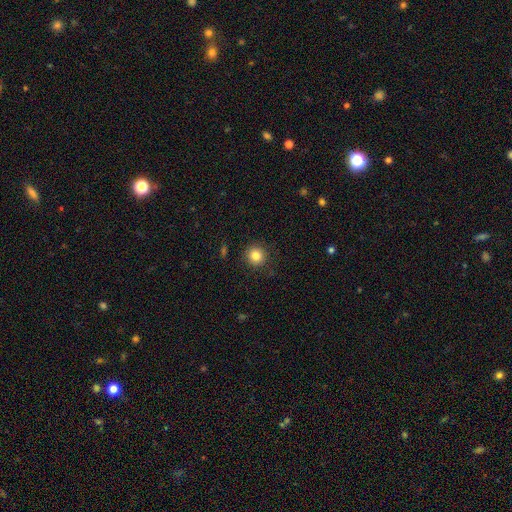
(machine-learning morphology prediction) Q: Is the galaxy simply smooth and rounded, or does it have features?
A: smooth — 83%.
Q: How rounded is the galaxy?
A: round — 93%.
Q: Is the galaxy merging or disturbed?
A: none — 90%.